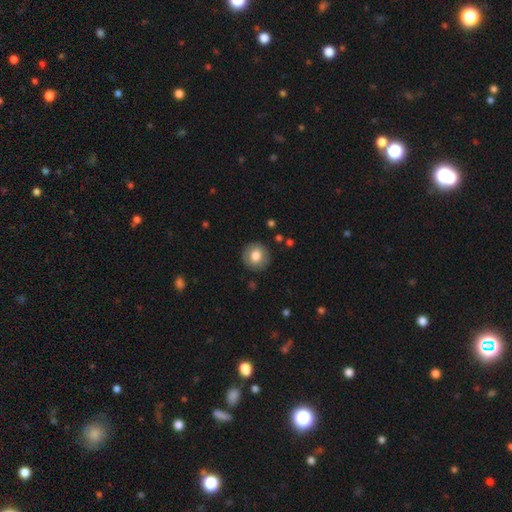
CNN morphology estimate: Smooth or featured? smooth (75%)
How rounded? round (93%)
Merging? none (88%)